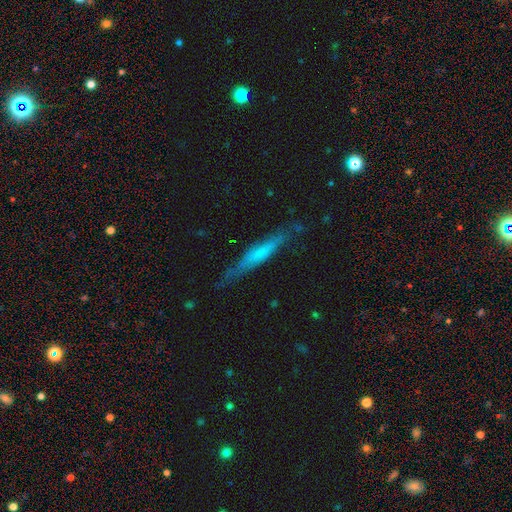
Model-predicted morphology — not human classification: type=featured or disk (50%); edge-on=yes (91%); merging=none (80%).